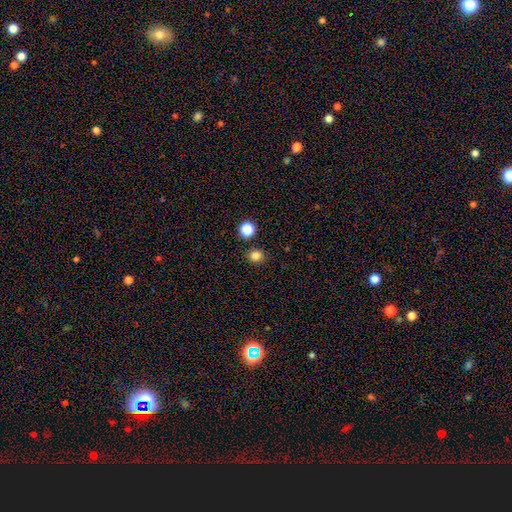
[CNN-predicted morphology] A smooth galaxy with no disk features (82%) that is round (75%).

Vote fractions:
- Smooth or featured? smooth: 82% / star or artifact: 14% / featured or disk: 4%
- How rounded? round: 75% / in between: 24% / cigar-shaped: 1%
- Merging? none: 86% / minor disturbance: 8% / merger: 4% / major disturbance: 2%